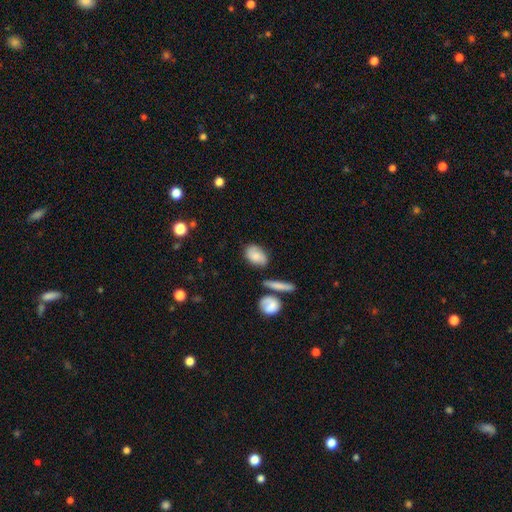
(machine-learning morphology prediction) This is likely a smooth galaxy (77%). How rounded: clearly in between (85%). Merging: likely none (69%).